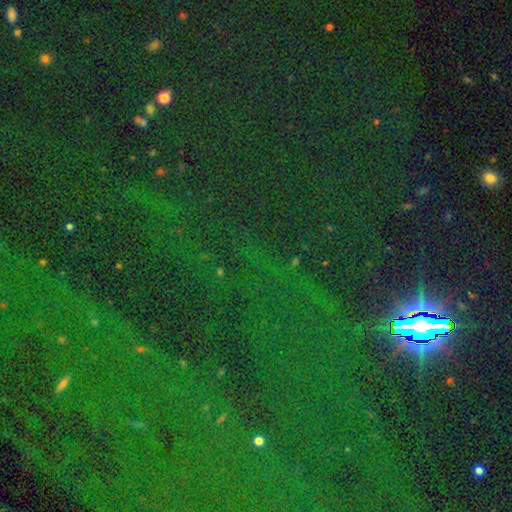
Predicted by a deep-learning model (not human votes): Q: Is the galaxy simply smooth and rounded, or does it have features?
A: star or artifact — 84%.